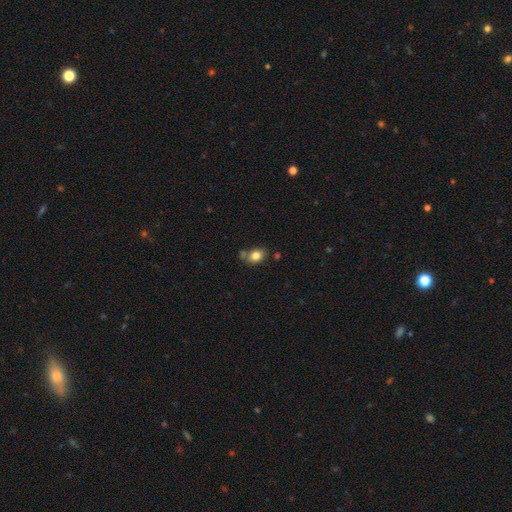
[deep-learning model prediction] The model was most divided on "how rounded": in between: 59%, round: 39%, cigar-shaped: 1%. More confident: smooth or featured — smooth (81%); merging — none (65%).